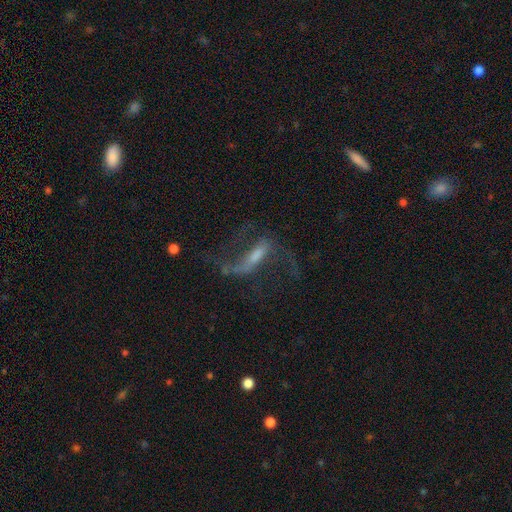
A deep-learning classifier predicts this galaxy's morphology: A featured or disk galaxy (80%) with a strong bar (50%), 2 (89%) loose (79%) spiral arms (91%) and a small central bulge (38%). Merging: none (57%).